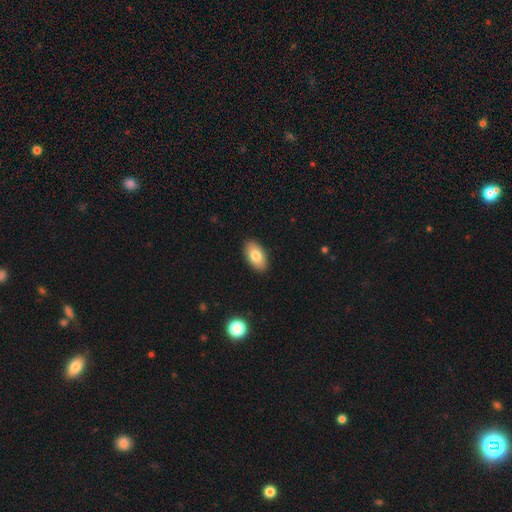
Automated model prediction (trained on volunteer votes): A smooth galaxy with no disk features (80%) that is in between round and cigar-shaped (94%). Merging: none (90%).